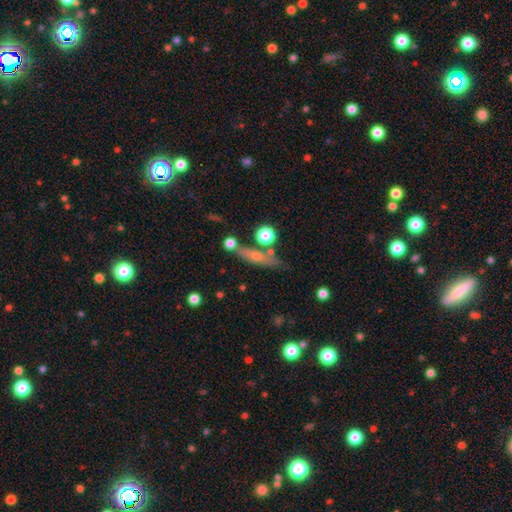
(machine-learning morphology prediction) Smooth or featured?
  - smooth: 45% *
  - featured or disk: 43%
  - star or artifact: 12%
Merging?
  - none: 70% *
  - minor disturbance: 14%
  - merger: 11%
  - major disturbance: 5%